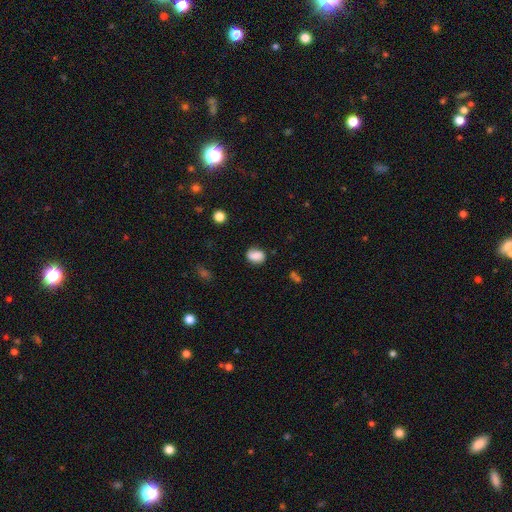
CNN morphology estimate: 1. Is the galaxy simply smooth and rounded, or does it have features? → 83% smooth, 9% star or artifact, 8% featured or disk.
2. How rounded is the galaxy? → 70% in between, 28% round, 1% cigar-shaped.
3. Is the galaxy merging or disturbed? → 75% none, 17% minor disturbance, 5% major disturbance, 3% merger.